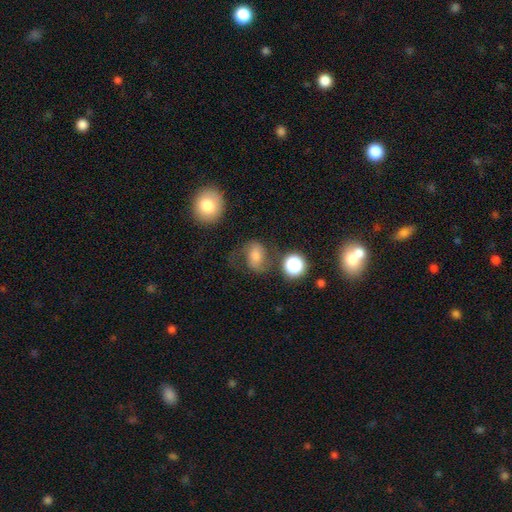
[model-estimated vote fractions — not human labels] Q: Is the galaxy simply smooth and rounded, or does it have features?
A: smooth — 46%.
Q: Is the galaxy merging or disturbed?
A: none — 52%.